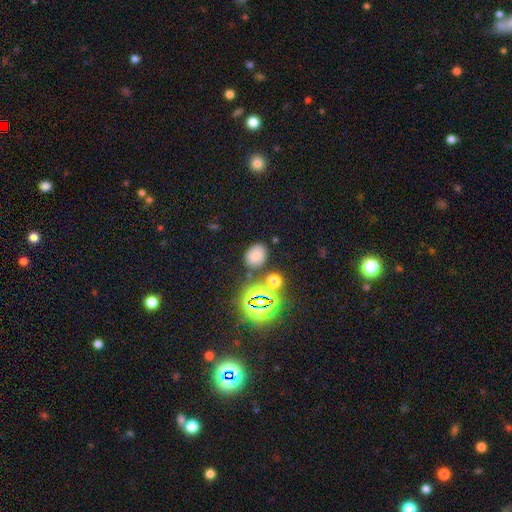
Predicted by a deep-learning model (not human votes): smooth_or_featured: smooth (p=0.69) [alt: star or artifact p=0.24]
how_rounded: in between (p=0.61) [alt: round p=0.38]
merging: none (p=0.77) [alt: minor disturbance p=0.12]